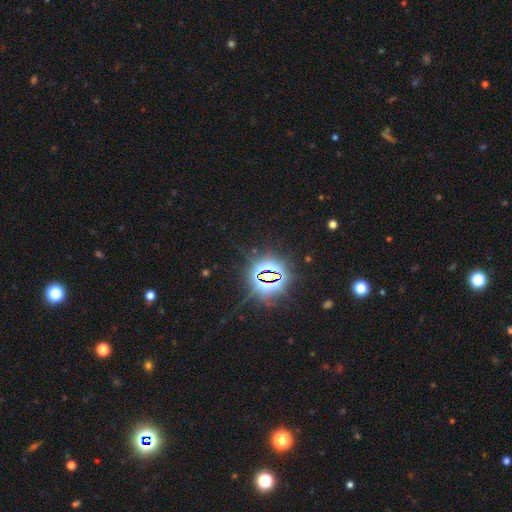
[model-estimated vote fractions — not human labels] The model was most divided on "smooth or featured": star or artifact: 82%, smooth: 11%, featured or disk: 7%.